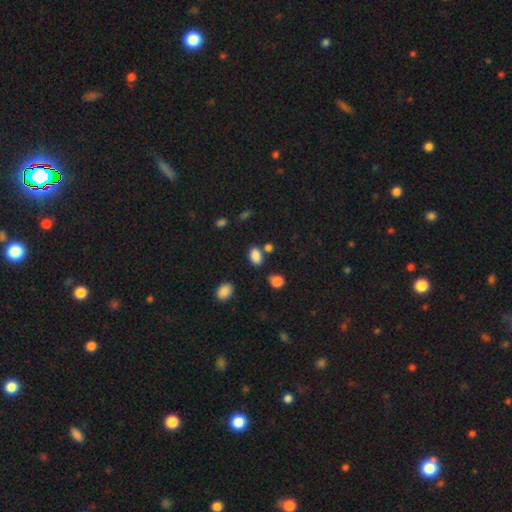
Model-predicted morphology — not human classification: Smooth or featured: smooth — 85% (star or artifact — 11%)
How rounded: in between — 86% (round — 12%)
Merging: none — 69% (minor disturbance — 15%)